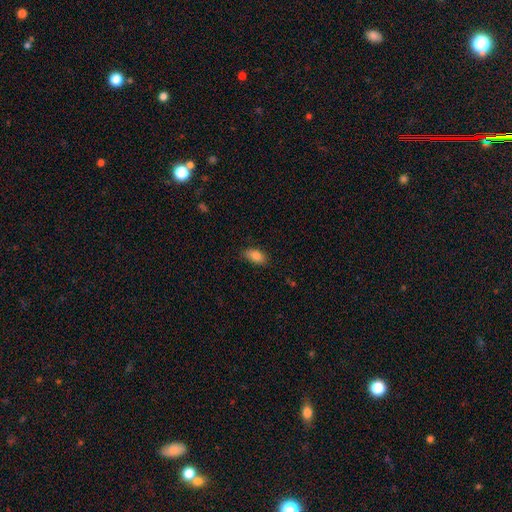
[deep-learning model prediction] Q: Smooth or featured?
A: smooth (86%); runner-up: star or artifact (8%)
Q: How rounded?
A: in between (90%); runner-up: cigar-shaped (5%)
Q: Merging?
A: none (81%); runner-up: minor disturbance (15%)